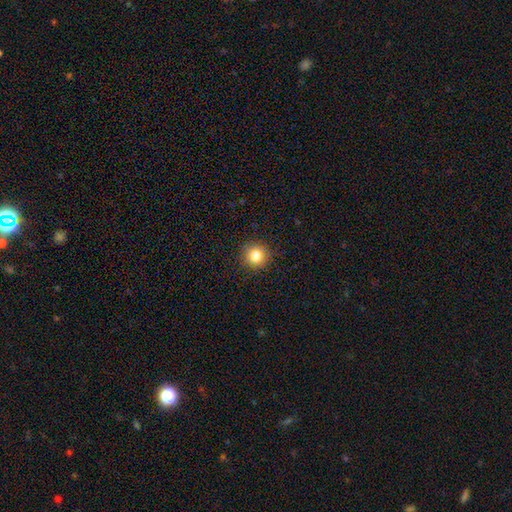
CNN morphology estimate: A smooth galaxy with no disk features (83%) that is round (93%).

Vote fractions:
- Smooth or featured? smooth: 83% / star or artifact: 11% / featured or disk: 6%
- How rounded? round: 93% / in between: 7% / cigar-shaped: 1%
- Merging? none: 90% / minor disturbance: 7% / major disturbance: 2% / merger: 1%